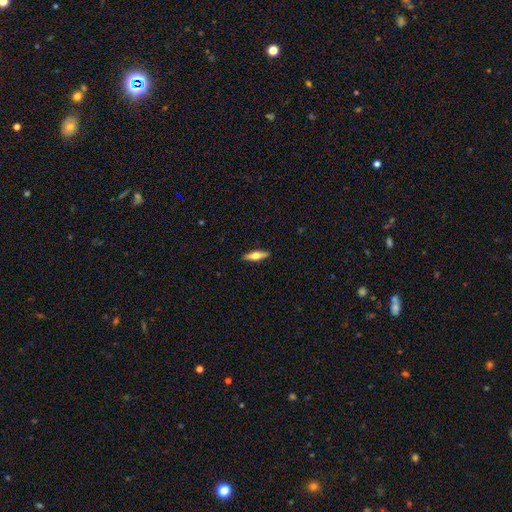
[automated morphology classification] smooth_or_featured: featured or disk (p=0.51) [alt: smooth p=0.43]
disk_edge_on: yes (p=0.93) [alt: no p=0.07]
merging: none (p=0.90) [alt: minor disturbance p=0.07]